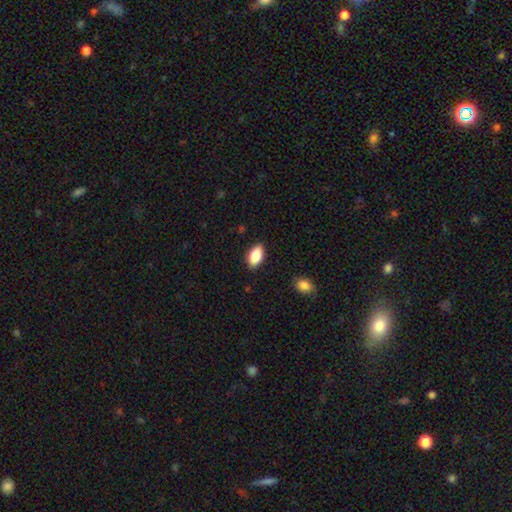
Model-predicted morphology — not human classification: smooth-or-featured: smooth: 84% | featured or disk: 9% | star or artifact: 7%
  how-rounded: in between: 91% | round: 4% | cigar-shaped: 4%
  merging: none: 88% | minor disturbance: 9% | major disturbance: 2% | merger: 1%